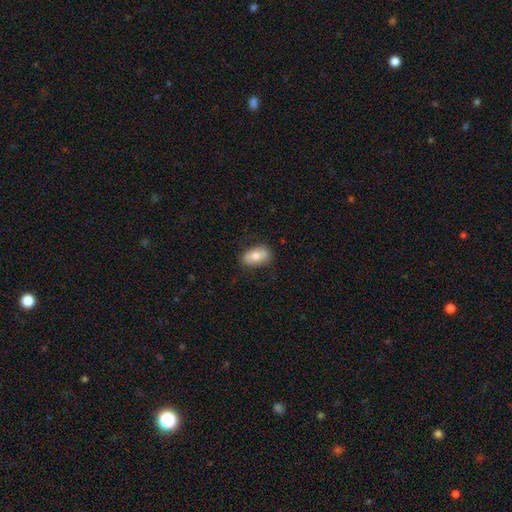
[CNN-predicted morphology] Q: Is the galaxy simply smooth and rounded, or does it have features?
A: smooth — 73%.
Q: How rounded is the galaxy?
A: in between — 90%.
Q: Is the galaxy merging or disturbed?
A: none — 81%.